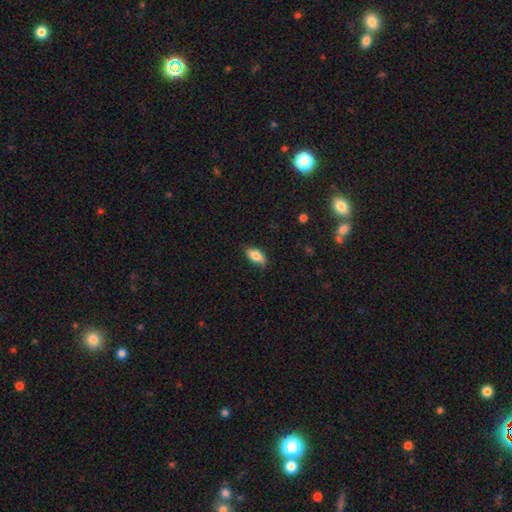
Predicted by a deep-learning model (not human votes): This appears to be a smooth galaxy with no disk features (76%) that is in between round and cigar-shaped (86%). Merging: none (64%).